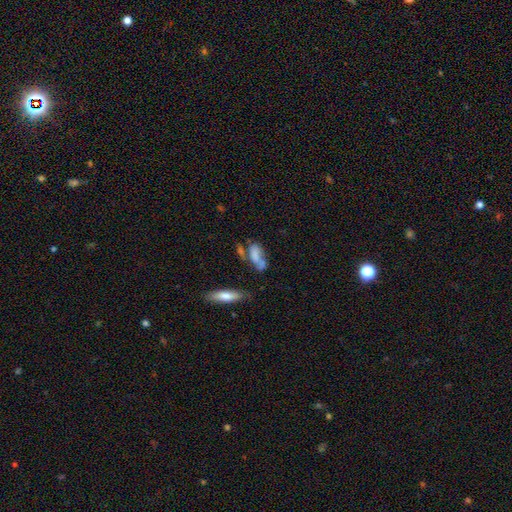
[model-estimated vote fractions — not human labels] smooth 65%, featured or disk 25%, star or artifact 10%. Down the decision tree: how rounded — in between (75%); merging — none (34%).